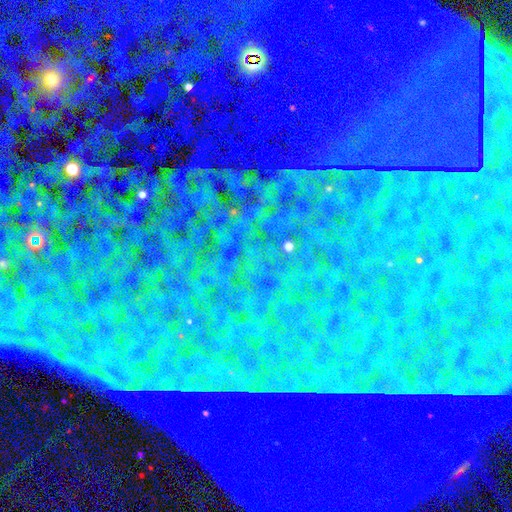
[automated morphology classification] The model was most divided on "smooth or featured": star or artifact: 85%, smooth: 8%, featured or disk: 7%.